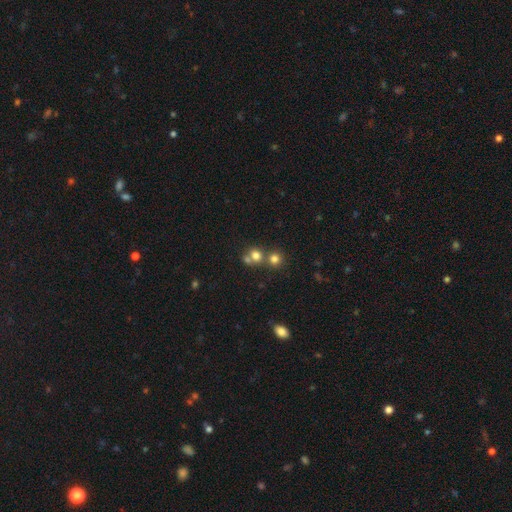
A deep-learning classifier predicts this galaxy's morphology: smooth 72%, star or artifact 16%, featured or disk 12%. Down the decision tree: how rounded — round (81%); merging — none (47%).